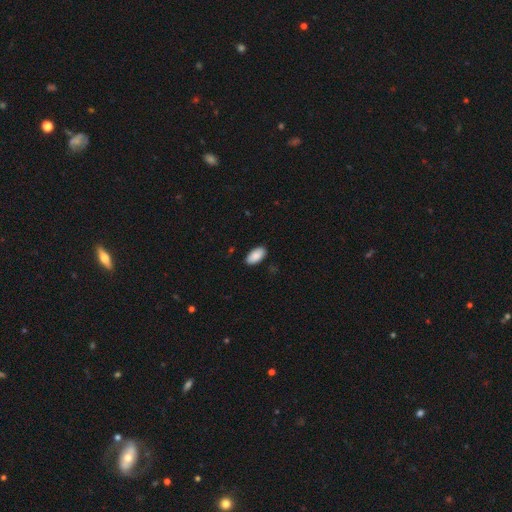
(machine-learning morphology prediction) smooth 90%, star or artifact 6%, featured or disk 4%. Down the decision tree: how rounded — in between (95%); merging — none (88%).